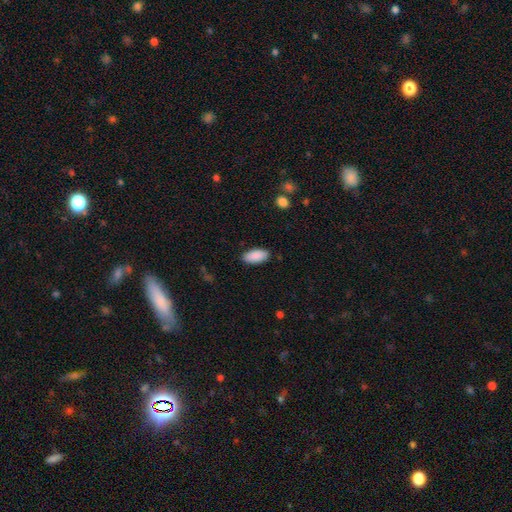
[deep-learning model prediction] A smooth galaxy with no disk features (90%) that is in between round and cigar-shaped (93%).

Vote fractions:
- Smooth or featured? smooth: 90% / star or artifact: 6% / featured or disk: 4%
- How rounded? in between: 93% / cigar-shaped: 5% / round: 2%
- Merging? none: 88% / minor disturbance: 9% / major disturbance: 2% / merger: 1%